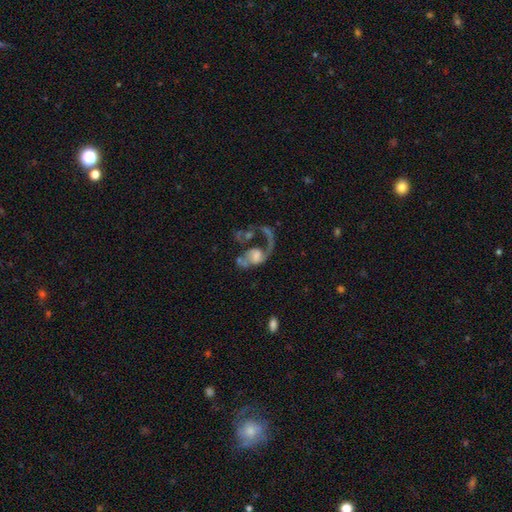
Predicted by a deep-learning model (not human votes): smooth_or_featured: featured or disk (p=0.69) [alt: smooth p=0.21]
disk_edge_on: no (p=0.97) [alt: yes p=0.03]
bar: no (p=0.69) [alt: weak p=0.25]
has_spiral_arms: yes (p=0.70) [alt: no p=0.30]
bulge_size: moderate (p=0.32) [alt: none p=0.22]
merging: major disturbance (p=0.45) [alt: merger p=0.23]